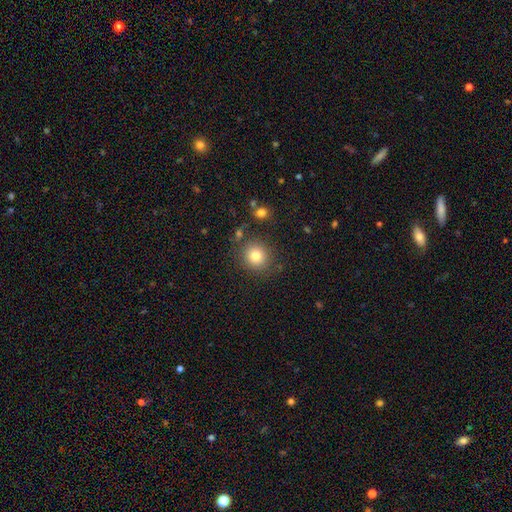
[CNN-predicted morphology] Q: Smooth or featured?
A: smooth (81%); runner-up: star or artifact (11%)
Q: How rounded?
A: round (89%); runner-up: in between (10%)
Q: Merging?
A: none (84%); runner-up: minor disturbance (9%)